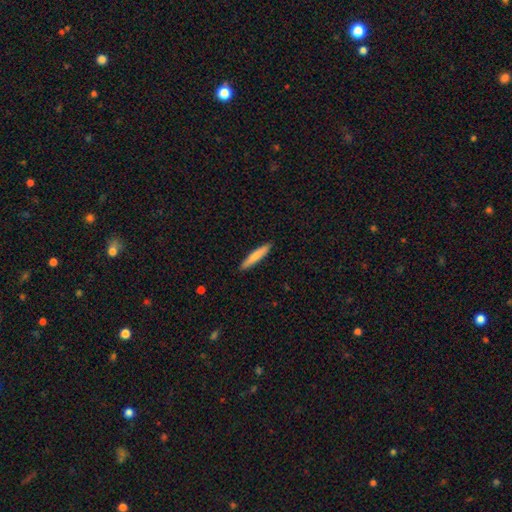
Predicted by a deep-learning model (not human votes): Smooth or featured?
  - smooth: 76% *
  - featured or disk: 19%
  - star or artifact: 5%
How rounded?
  - cigar-shaped: 92% *
  - in between: 7%
  - round: 1%
Merging?
  - none: 91% *
  - minor disturbance: 6%
  - major disturbance: 1%
  - merger: 1%